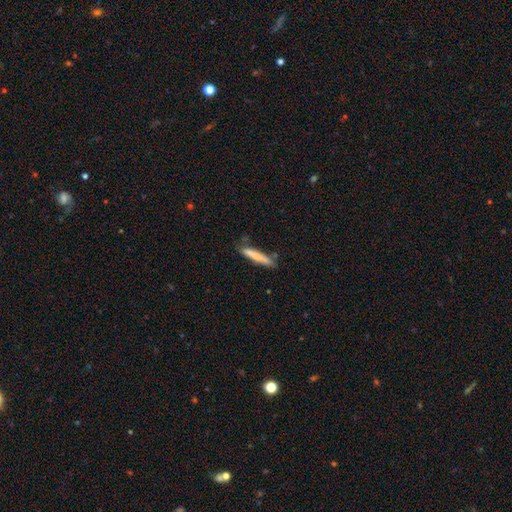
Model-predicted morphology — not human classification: A smooth galaxy with no disk features (73%) that is cigar-shaped (93%). Merging: none (72%).